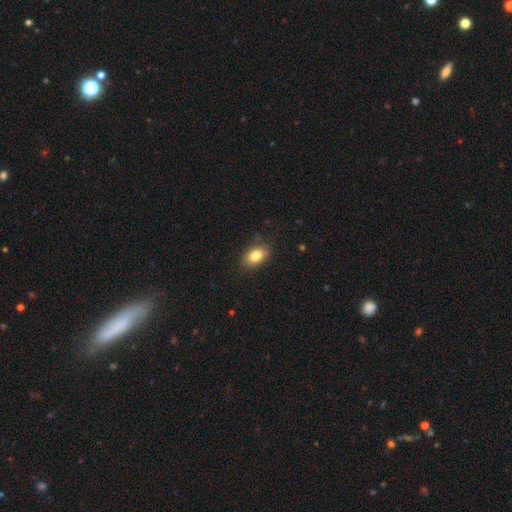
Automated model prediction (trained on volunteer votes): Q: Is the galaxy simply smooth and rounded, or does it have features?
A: smooth — 82%.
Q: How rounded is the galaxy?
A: in between — 87%.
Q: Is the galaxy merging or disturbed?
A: none — 83%.